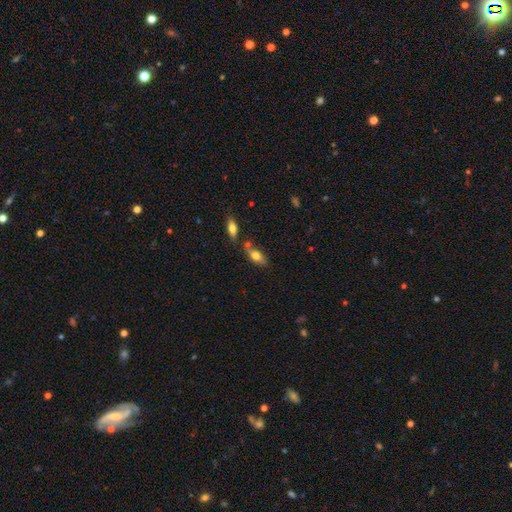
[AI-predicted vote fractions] Smooth or featured?
  - smooth: 70% *
  - featured or disk: 22%
  - star or artifact: 8%
How rounded?
  - in between: 79% *
  - cigar-shaped: 17%
  - round: 4%
Merging?
  - none: 58% *
  - merger: 24%
  - minor disturbance: 14%
  - major disturbance: 4%